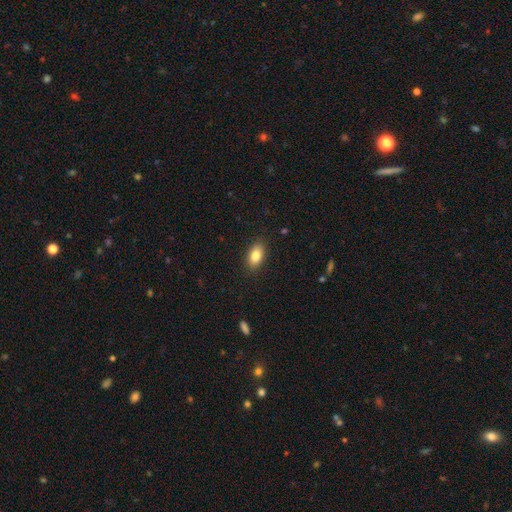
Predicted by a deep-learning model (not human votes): Smooth or featured? smooth (83%)
How rounded? in between (90%)
Merging? none (88%)